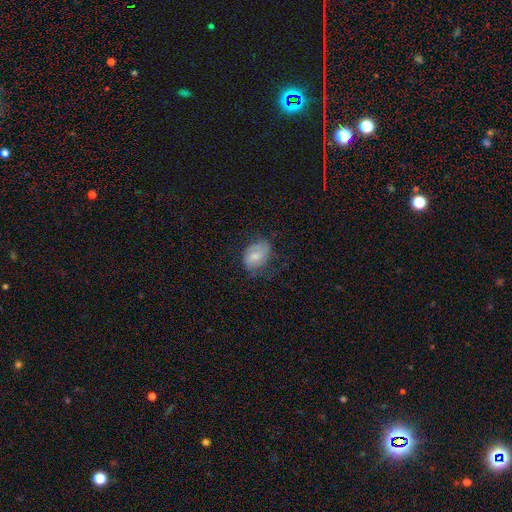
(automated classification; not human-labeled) smooth_or_featured: smooth (p=0.58) [alt: featured or disk p=0.34]
how_rounded: in between (p=0.79) [alt: round p=0.20]
merging: none (p=0.48) [alt: minor disturbance p=0.31]